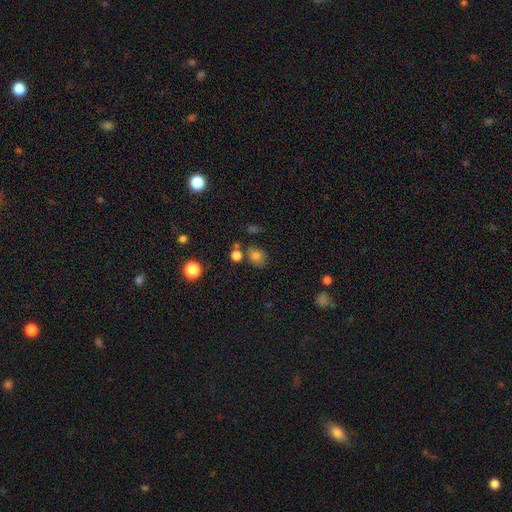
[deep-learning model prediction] Smooth or featured? Predicted: smooth (p=0.77). How rounded? Predicted: round (p=0.57). Merging? Predicted: none (p=0.68).